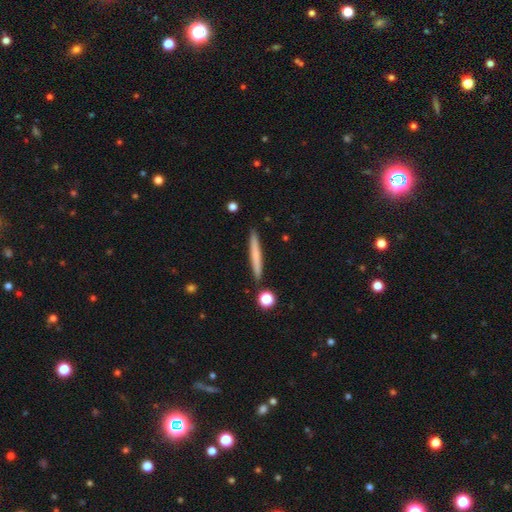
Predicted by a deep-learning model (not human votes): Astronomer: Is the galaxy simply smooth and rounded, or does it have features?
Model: smooth — 64%.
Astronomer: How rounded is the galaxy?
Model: cigar-shaped — 96%.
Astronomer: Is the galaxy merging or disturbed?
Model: none — 89%.